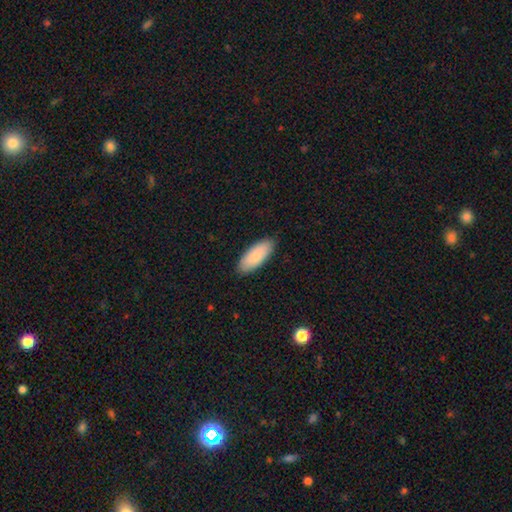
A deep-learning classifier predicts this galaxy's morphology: This is clearly a smooth galaxy (87%). How rounded: clearly in between (82%). Merging: clearly none (87%).